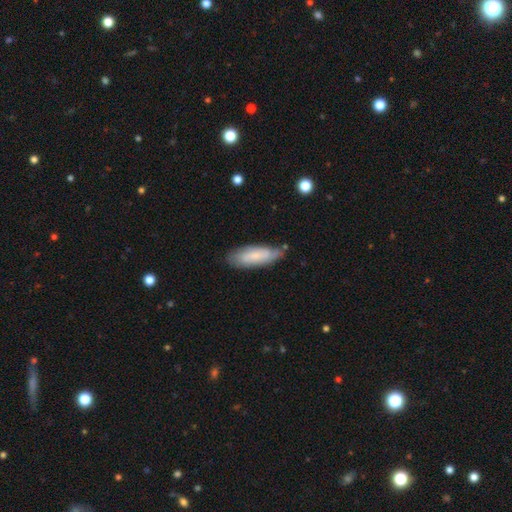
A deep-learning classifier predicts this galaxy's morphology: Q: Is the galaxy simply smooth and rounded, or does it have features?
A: smooth — 60%.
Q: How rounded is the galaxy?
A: in between — 62%.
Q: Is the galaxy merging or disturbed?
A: none — 68%.